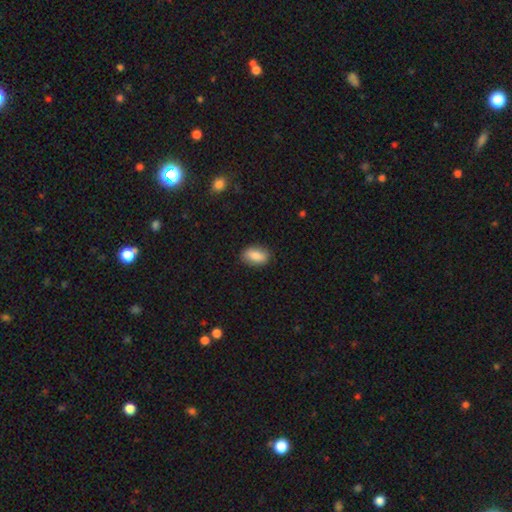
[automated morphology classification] Overall: smooth (85%). How rounded: in between (90%). Merging: none (85%).